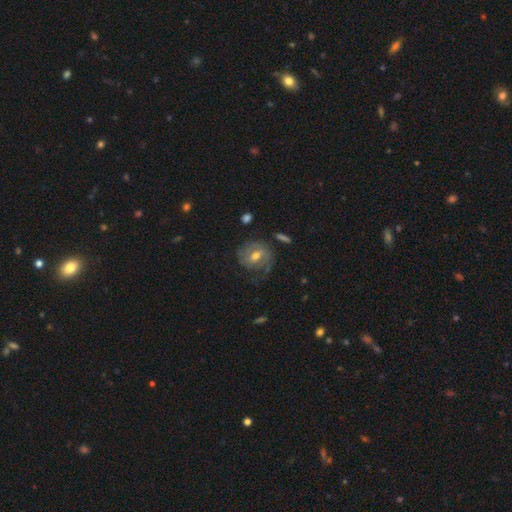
featured or disk 88%, smooth 8%, star or artifact 5%. Down the decision tree: edge-on disk — no (100%); bar — weak (66%); spiral arms — yes (91%); spiral arm count — 2 (41%); spiral winding — tight (50%); bulge size — moderate (80%); merging — none (58%).